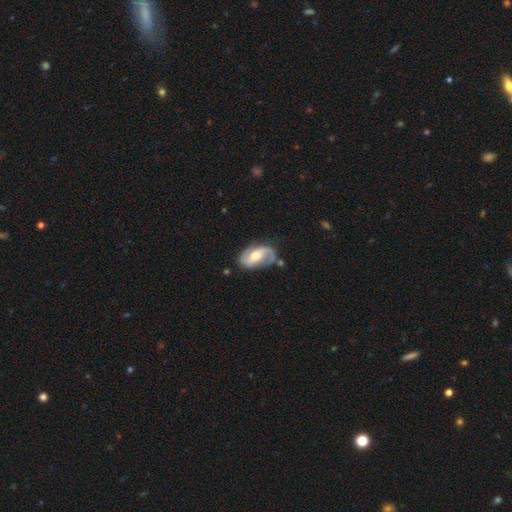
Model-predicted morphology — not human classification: Smooth or featured? featured or disk (80%)
Edge-on disk? no (97%)
Bar? weak (46%)
Spiral arms? yes (95%)
Spiral winding? medium (46%)
Spiral arm count? 2 (84%)
Bulge size? moderate (56%)
Merging? none (65%)